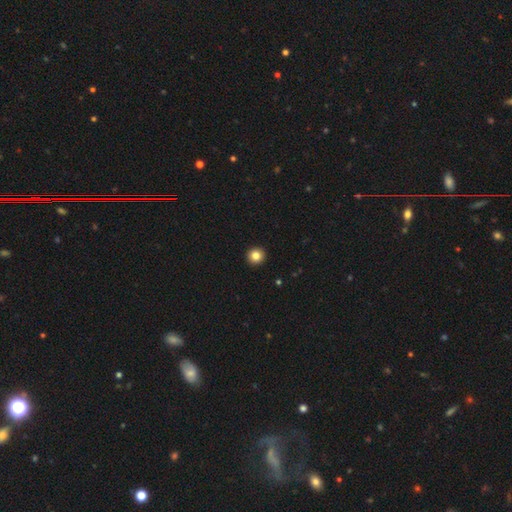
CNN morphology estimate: Overall: smooth (84%). How rounded: round (95%). Merging: none (94%).